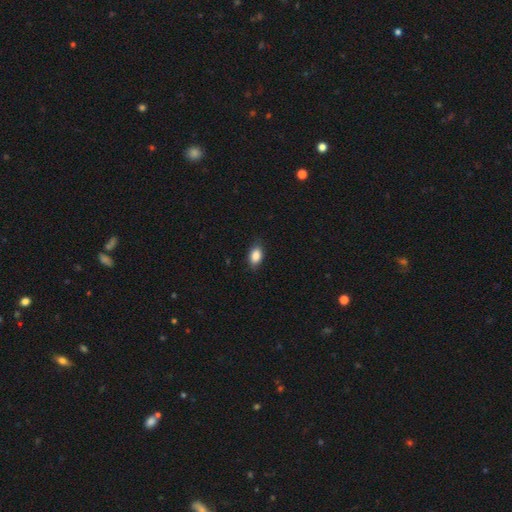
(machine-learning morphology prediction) A smooth galaxy with no disk features (87%) that is in between round and cigar-shaped (87%). Merging: none (83%).